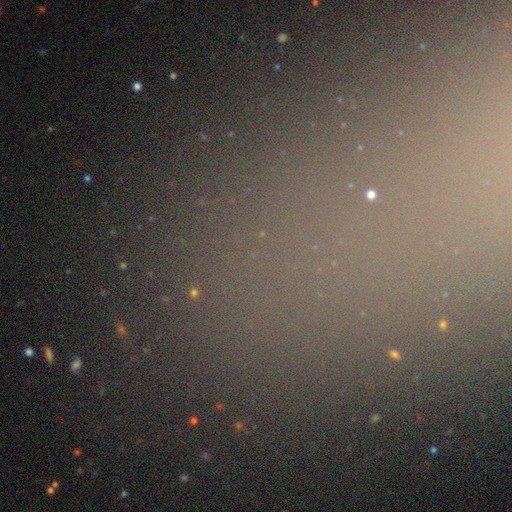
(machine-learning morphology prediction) Smooth or featured? Predicted: star or artifact (p=0.75).